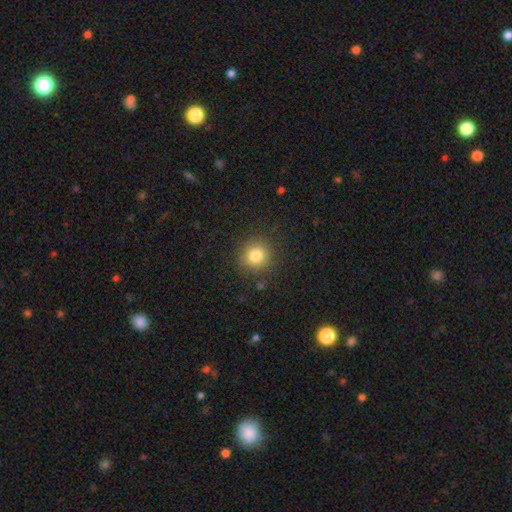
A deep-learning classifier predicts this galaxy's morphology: type=smooth (81%); roundness=round (91%); merging=none (87%).